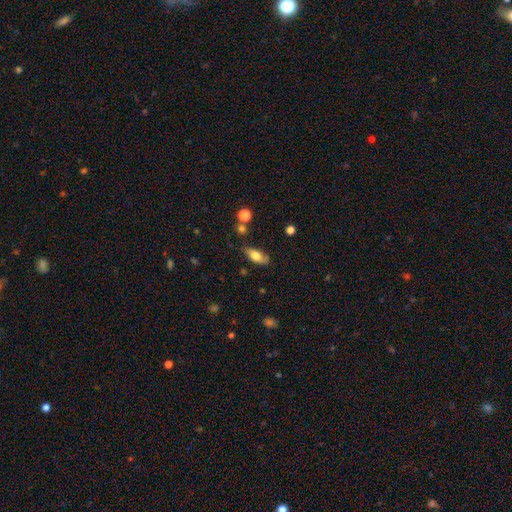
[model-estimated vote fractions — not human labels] Smooth or featured? smooth (71%)
How rounded? in between (83%)
Merging? none (74%)